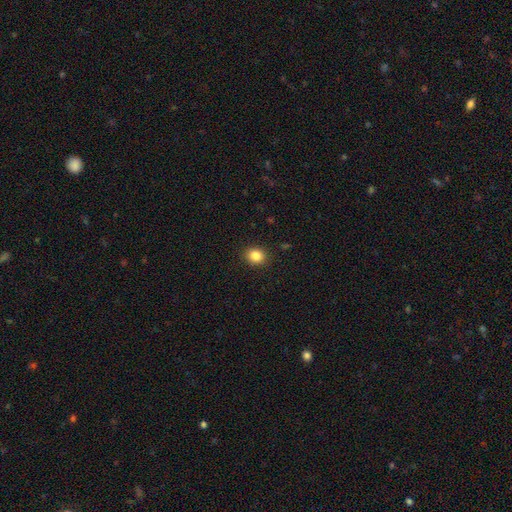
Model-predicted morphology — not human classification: Q: Smooth or featured?
A: smooth (85%); runner-up: star or artifact (10%)
Q: How rounded?
A: round (67%); runner-up: in between (32%)
Q: Merging?
A: none (90%); runner-up: minor disturbance (7%)